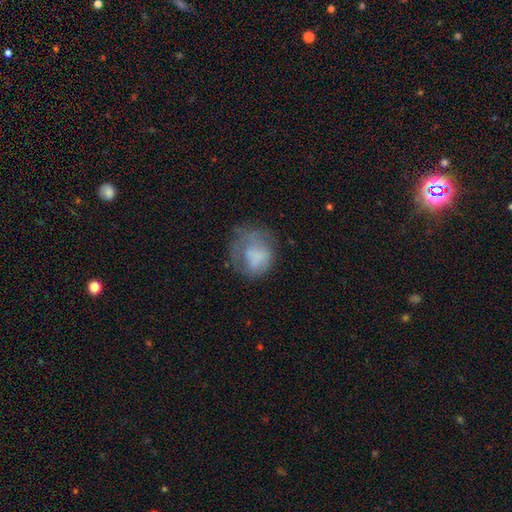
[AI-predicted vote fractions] Smooth or featured: smooth — 58% (featured or disk — 31%)
How rounded: round — 66% (in between — 33%)
Merging: none — 38% (major disturbance — 33%)